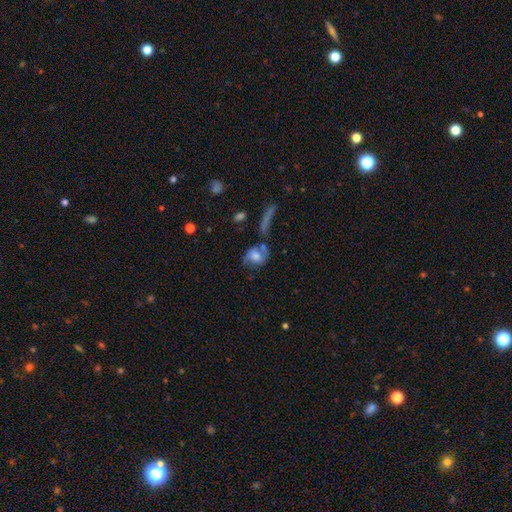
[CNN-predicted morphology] Smooth or featured? Predicted: smooth (p=0.48). Merging? Predicted: none (p=0.42).